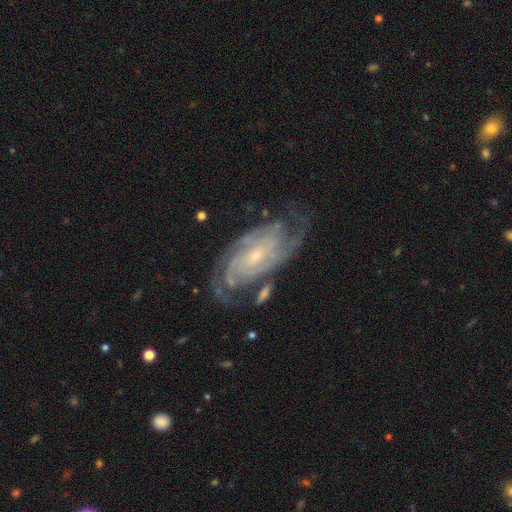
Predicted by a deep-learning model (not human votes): featured or disk 90%, star or artifact 5%, smooth 5%. Down the decision tree: edge-on disk — no (96%); bar — no (57%); spiral arms — yes (98%); spiral arm count — 2 (39%); spiral winding — tight (66%); bulge size — small (73%); merging — none (69%).